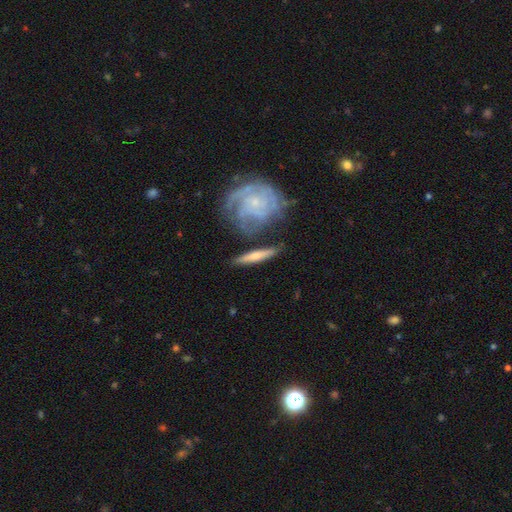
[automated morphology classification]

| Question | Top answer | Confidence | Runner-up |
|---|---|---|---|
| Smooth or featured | featured or disk | 49% | smooth (46%) |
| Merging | none | 73% | minor disturbance (14%) |